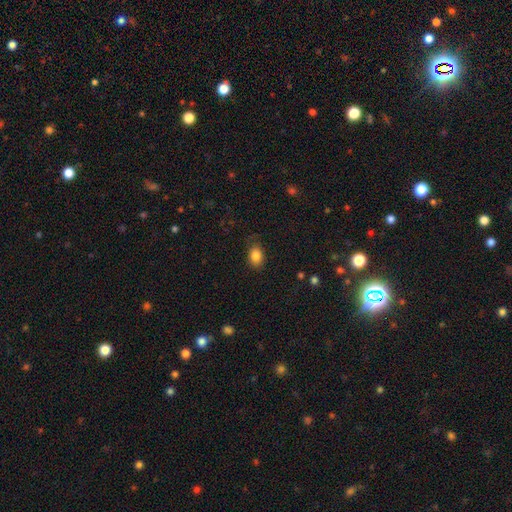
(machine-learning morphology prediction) Overall: smooth (86%). How rounded: in between (78%). Merging: none (76%).